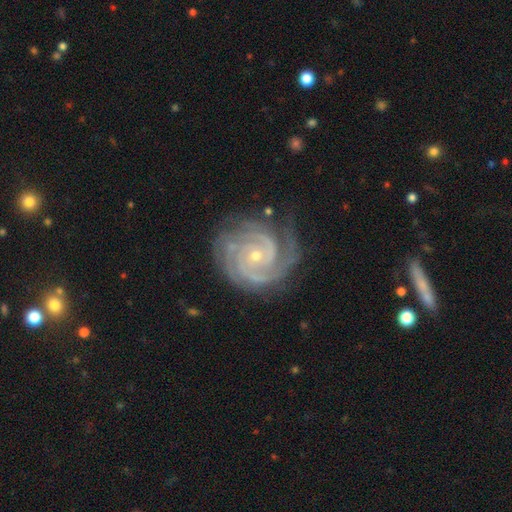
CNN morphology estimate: A featured or disk galaxy (93%) with no bar (72%), 3 (37%) tight (80%) spiral arms (99%) and a small central bulge (73%).

Vote fractions:
- Smooth or featured? featured or disk: 93% / star or artifact: 5% / smooth: 3%
- Edge-on disk? no: 98% / yes: 2%
- Bar? no: 72% / weak: 21% / strong: 8%
- Spiral arms? yes: 99% / no: 1%
- Spiral winding? tight: 80% / medium: 18% / loose: 2%
- Spiral arm count? 3: 37% / 2: 24% / 4: 16% / can't tell: 11% / more than 4: 7% / 1: 6%
- Bulge size? small: 73% / moderate: 24% / none: 1% / large: 1% / dominant: 1%
- Merging? none: 74% / minor disturbance: 18% / major disturbance: 6% / merger: 1%